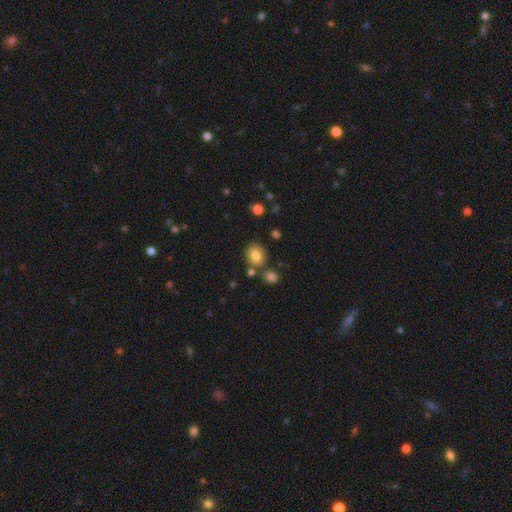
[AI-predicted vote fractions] Smooth or featured? Predicted: smooth (p=0.82). How rounded? Predicted: round (p=0.63). Merging? Predicted: none (p=0.73).